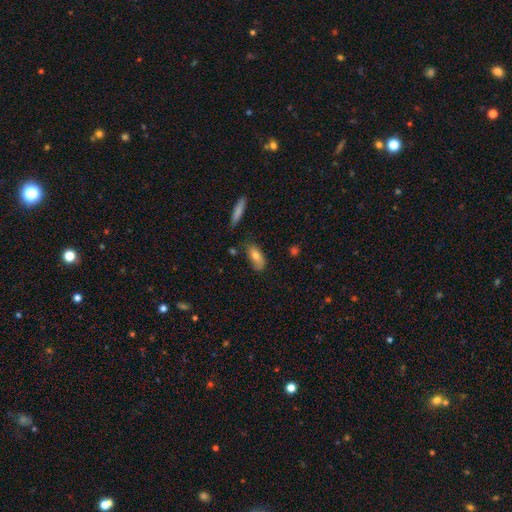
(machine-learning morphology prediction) Smooth or featured? smooth (76%)
How rounded? in between (76%)
Merging? none (63%)